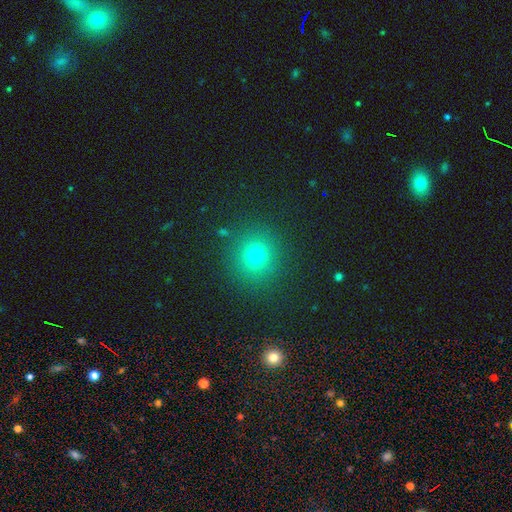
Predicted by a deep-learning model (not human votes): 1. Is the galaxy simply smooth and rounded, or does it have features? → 73% smooth, 20% star or artifact, 8% featured or disk.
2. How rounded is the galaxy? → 92% round, 7% in between, 1% cigar-shaped.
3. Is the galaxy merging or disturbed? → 89% none, 7% minor disturbance, 3% major disturbance, 2% merger.